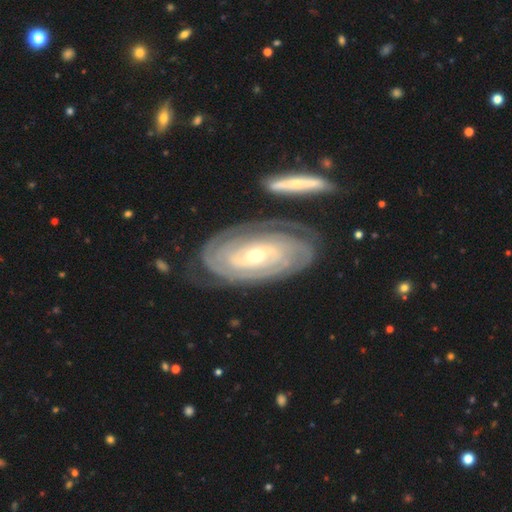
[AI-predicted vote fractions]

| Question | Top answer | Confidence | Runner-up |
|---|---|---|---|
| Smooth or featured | featured or disk | 89% | smooth (6%) |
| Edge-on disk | no | 94% | yes (6%) |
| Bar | no | 54% | weak (28%) |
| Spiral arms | yes | 97% | no (3%) |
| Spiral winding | tight | 86% | medium (12%) |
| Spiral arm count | can't tell | 35% | 2 (24%) |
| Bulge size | small | 55% | moderate (42%) |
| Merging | none | 75% | minor disturbance (15%) |